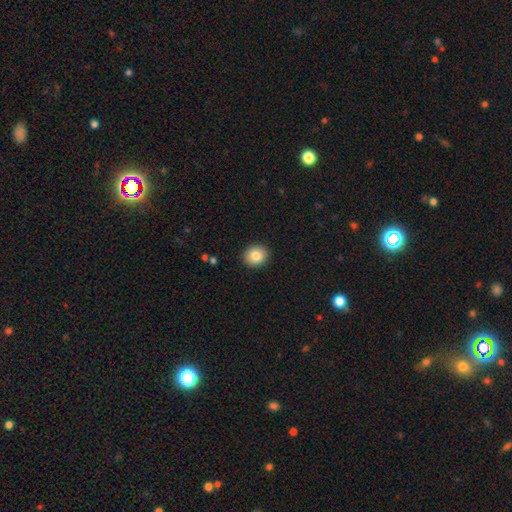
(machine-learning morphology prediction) Q: Smooth or featured?
A: smooth (84%); runner-up: star or artifact (9%)
Q: How rounded?
A: round (75%); runner-up: in between (25%)
Q: Merging?
A: none (91%); runner-up: minor disturbance (6%)